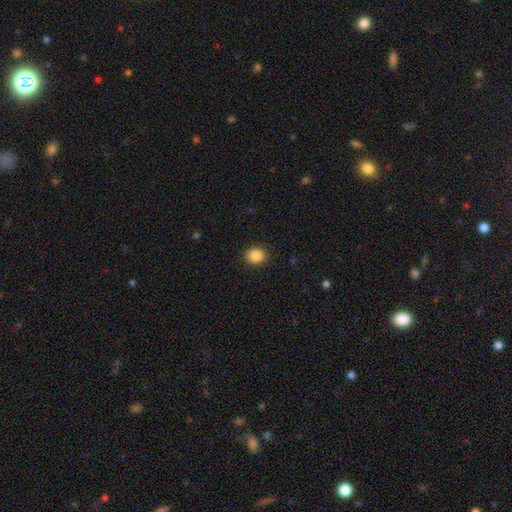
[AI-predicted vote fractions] smooth_or_featured: smooth (p=0.87) [alt: star or artifact p=0.09]
how_rounded: round (p=0.75) [alt: in between p=0.24]
merging: none (p=0.90) [alt: minor disturbance p=0.07]